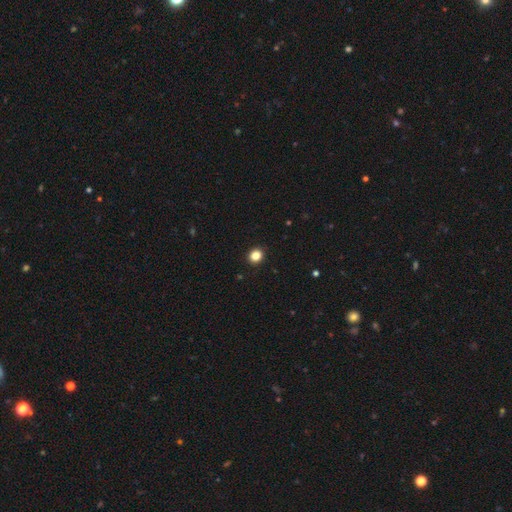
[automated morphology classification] The model was most divided on "how rounded": round: 80%, in between: 19%, cigar-shaped: 1%. More confident: merging — none (93%); smooth or featured — smooth (85%).